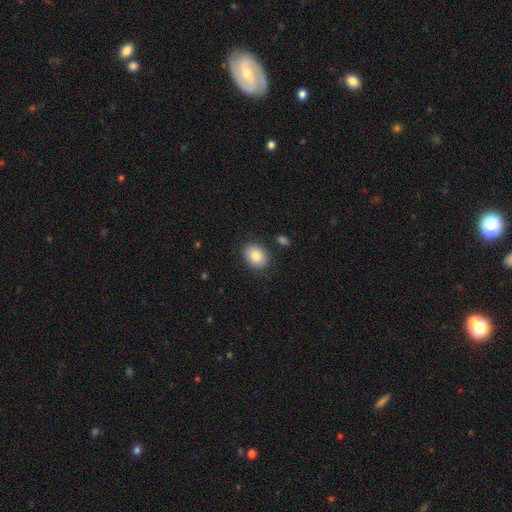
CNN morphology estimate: Smooth or featured?
  - smooth: 86% *
  - star or artifact: 7%
  - featured or disk: 7%
How rounded?
  - in between: 65% *
  - round: 34%
  - cigar-shaped: 1%
Merging?
  - none: 84% *
  - minor disturbance: 11%
  - major disturbance: 3%
  - merger: 2%